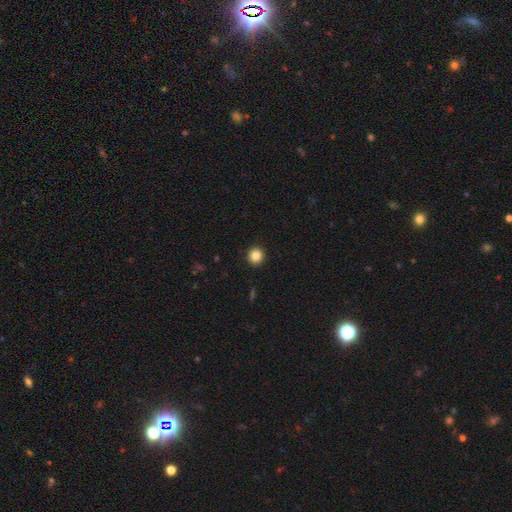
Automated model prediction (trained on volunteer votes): smooth-or-featured: smooth: 85% | star or artifact: 11% | featured or disk: 5%
  how-rounded: round: 92% | in between: 7% | cigar-shaped: 1%
  merging: none: 93% | minor disturbance: 5% | major disturbance: 2% | merger: 1%